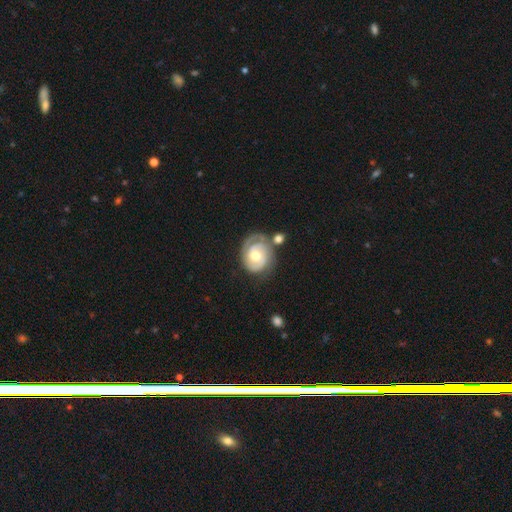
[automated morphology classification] A featured or disk galaxy (81%) with no bar (68%), 2 (50%) tight (71%) spiral arms (92%) and a moderate central bulge (77%). Merging: none (59%).